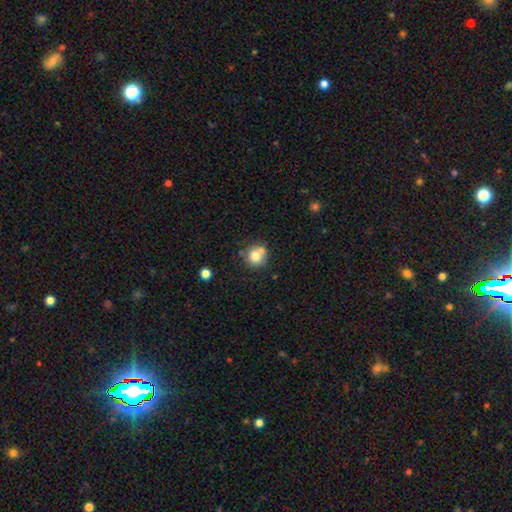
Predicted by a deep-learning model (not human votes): smooth-or-featured: smooth: 75% | featured or disk: 14% | star or artifact: 11%
  how-rounded: round: 85% | in between: 14% | cigar-shaped: 1%
  merging: none: 55% | merger: 29% | minor disturbance: 12% | major disturbance: 4%